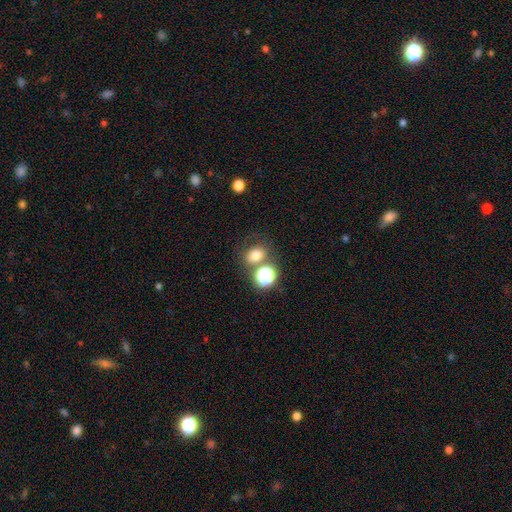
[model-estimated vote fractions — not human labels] A smooth galaxy with no disk features (73%) that is round (61%). Merging: none (61%).